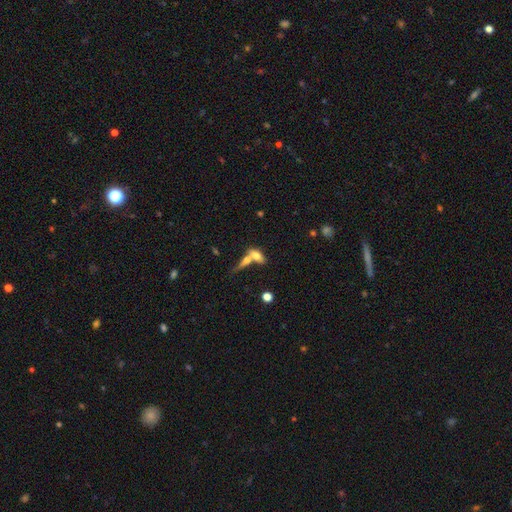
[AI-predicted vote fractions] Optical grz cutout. It shows a smooth galaxy with no disk features (64%) that is in between round and cigar-shaped (72%). Merging: merger (57%).